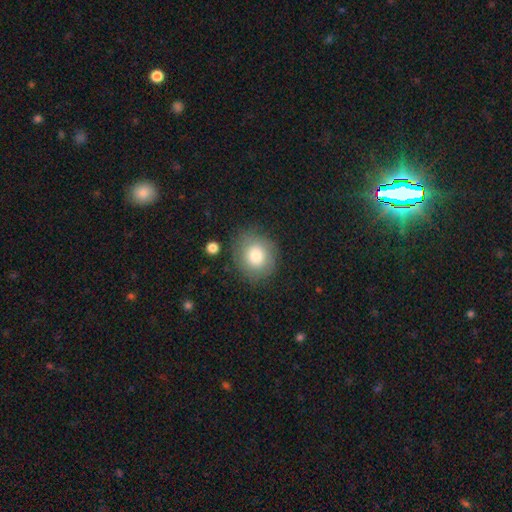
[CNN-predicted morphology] The model was most divided on "how rounded": round: 80%, in between: 19%, cigar-shaped: 1%. More confident: merging — none (79%); smooth or featured — smooth (76%).